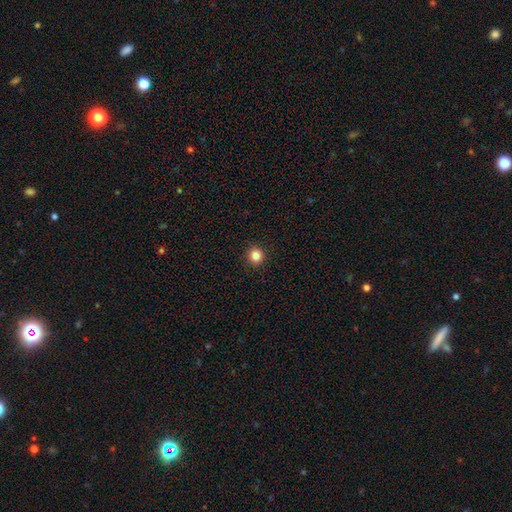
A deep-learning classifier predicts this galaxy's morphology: Overall: smooth (85%). How rounded: round (90%). Merging: none (92%).